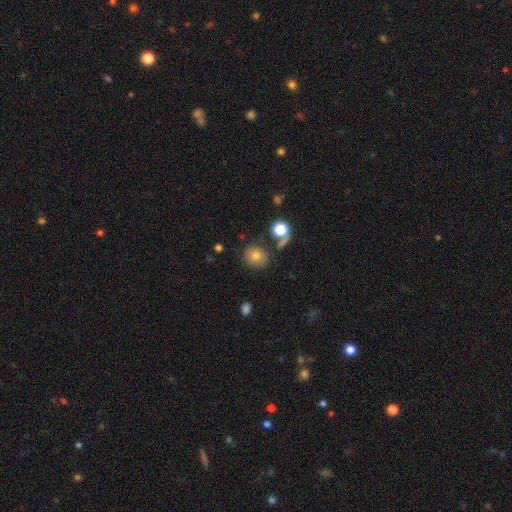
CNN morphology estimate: smooth 76%, star or artifact 13%, featured or disk 11%. Down the decision tree: how rounded — round (83%); merging — none (74%).